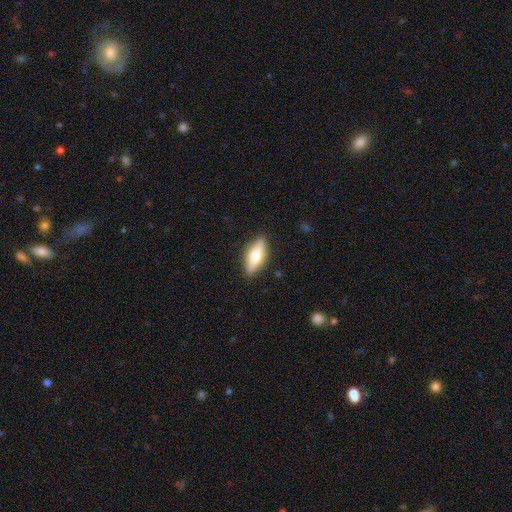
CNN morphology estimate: type=smooth (56%); roundness=in between (65%); merging=none (87%).